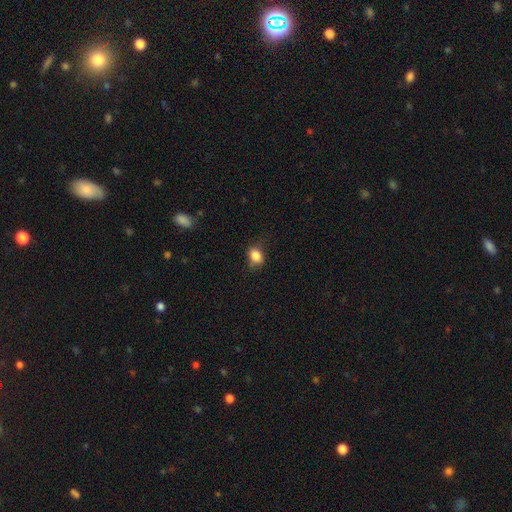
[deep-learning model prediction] Overall: smooth (84%). How rounded: in between (63%; round 35%). Merging: none (65%).